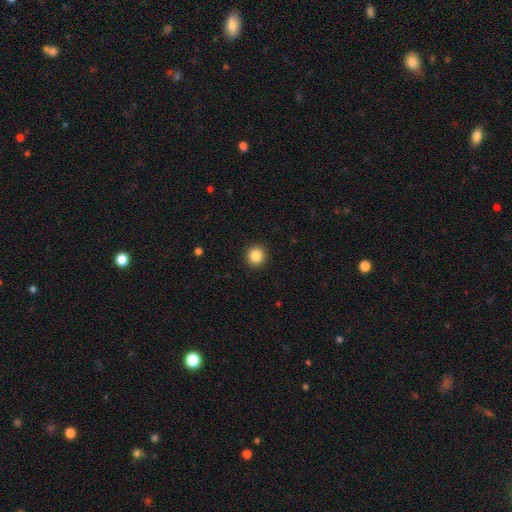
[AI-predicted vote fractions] This is clearly a smooth galaxy (85%). How rounded: clearly round (94%). Merging: clearly none (93%).